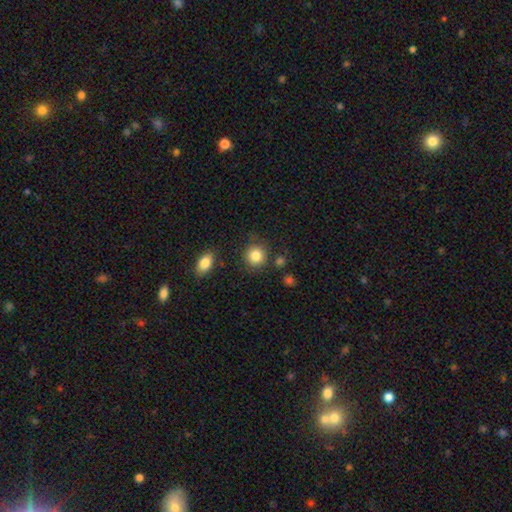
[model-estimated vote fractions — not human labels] Smooth or featured?
  - smooth: 85% *
  - star or artifact: 9%
  - featured or disk: 5%
How rounded?
  - round: 88% *
  - in between: 11%
  - cigar-shaped: 1%
Merging?
  - none: 82% *
  - minor disturbance: 10%
  - merger: 5%
  - major disturbance: 3%